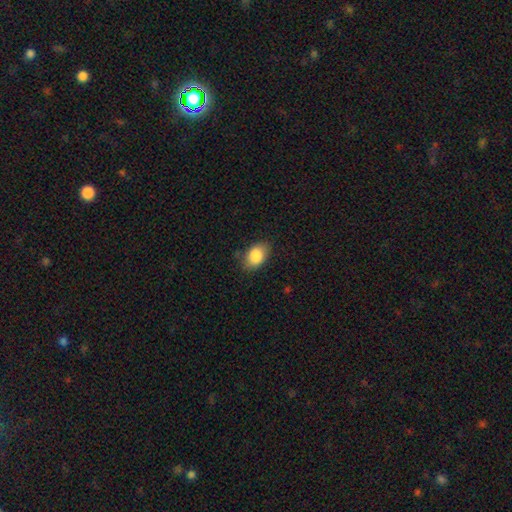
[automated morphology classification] Smooth or featured: smooth — 87% (star or artifact — 7%)
How rounded: in between — 84% (round — 15%)
Merging: none — 78% (minor disturbance — 17%)